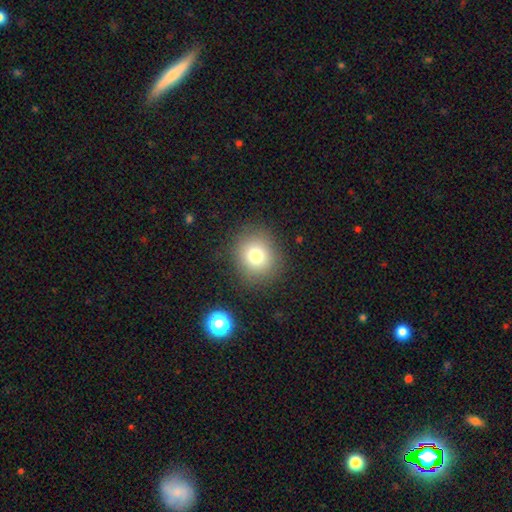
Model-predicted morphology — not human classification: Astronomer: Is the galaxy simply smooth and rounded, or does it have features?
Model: smooth — 77%.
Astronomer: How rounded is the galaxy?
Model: round — 83%.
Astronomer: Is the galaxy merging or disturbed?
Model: none — 86%.